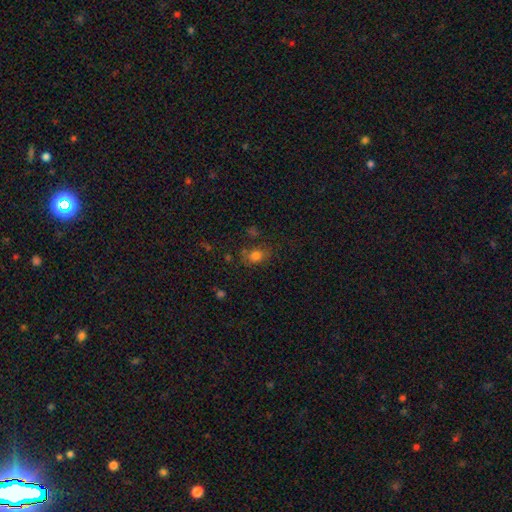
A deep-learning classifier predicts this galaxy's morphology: This appears to be a smooth galaxy with no disk features (75%) that is in between round and cigar-shaped (54%). Merging: none (67%).